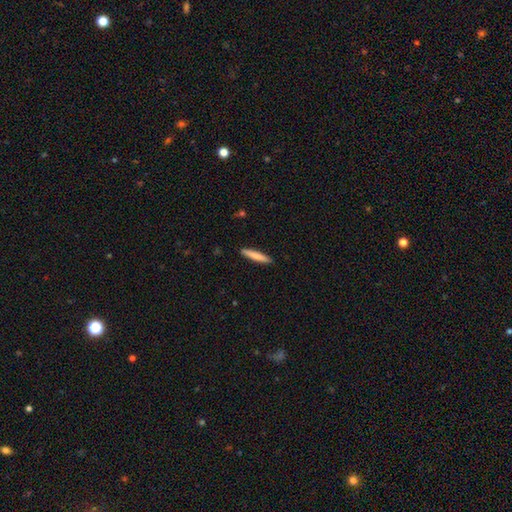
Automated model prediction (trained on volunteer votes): Smooth or featured? smooth (78%)
How rounded? cigar-shaped (93%)
Merging? none (91%)